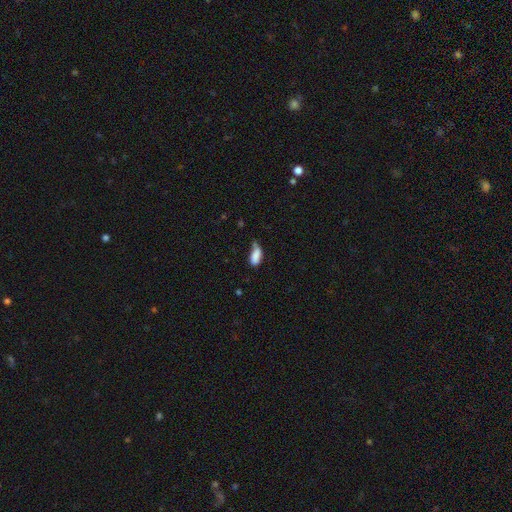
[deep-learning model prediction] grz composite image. It shows a smooth galaxy with no disk features (83%) that is in between round and cigar-shaped (87%). Merging: minor disturbance (38%).